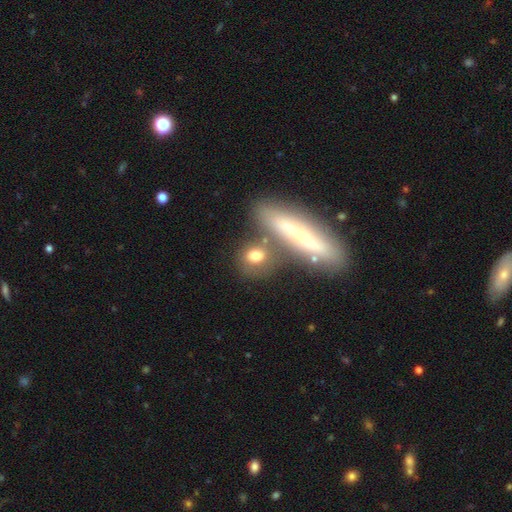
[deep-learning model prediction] Smooth or featured?
  - smooth: 71% *
  - featured or disk: 19%
  - star or artifact: 10%
How rounded?
  - round: 49% *
  - in between: 38%
  - cigar-shaped: 13%
Merging?
  - none: 63% *
  - merger: 18%
  - minor disturbance: 13%
  - major disturbance: 6%